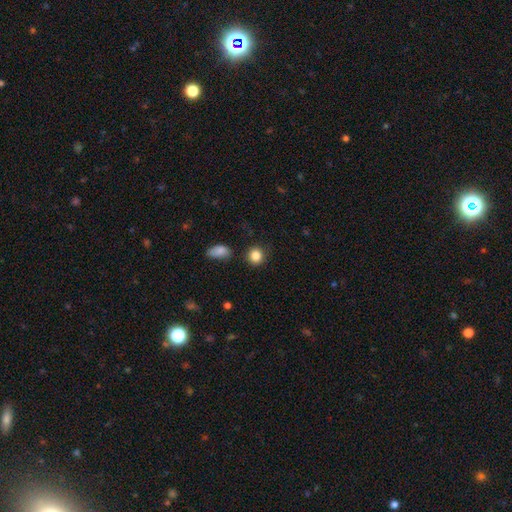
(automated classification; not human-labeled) smooth-or-featured: smooth: 86% | star or artifact: 10% | featured or disk: 5%
  how-rounded: round: 86% | in between: 13% | cigar-shaped: 1%
  merging: none: 85% | minor disturbance: 9% | merger: 3% | major disturbance: 3%